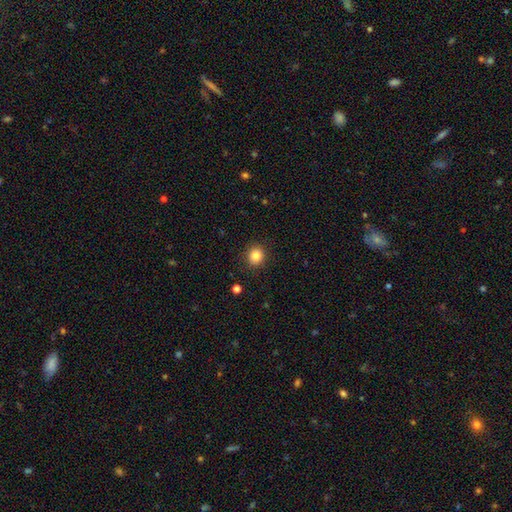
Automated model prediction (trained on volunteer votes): Smooth or featured? smooth (84%)
How rounded? round (85%)
Merging? none (90%)